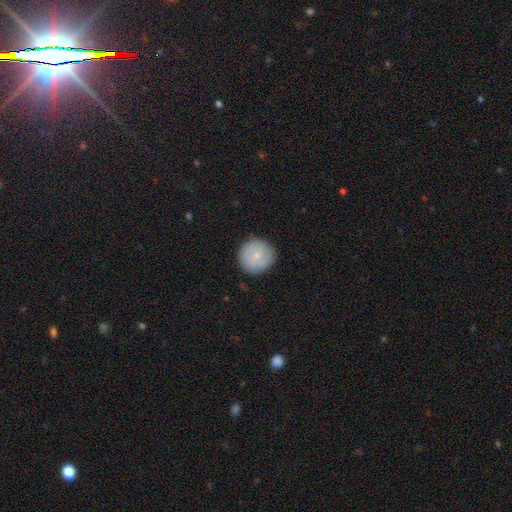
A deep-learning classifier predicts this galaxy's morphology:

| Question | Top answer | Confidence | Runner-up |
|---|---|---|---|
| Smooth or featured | smooth | 77% | featured or disk (17%) |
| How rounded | round | 95% | in between (4%) |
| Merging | none | 89% | minor disturbance (8%) |